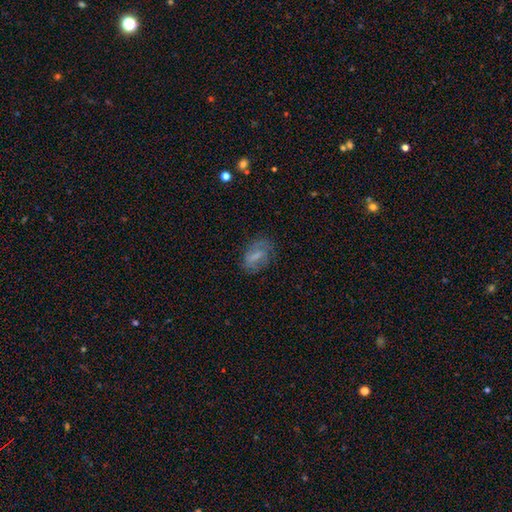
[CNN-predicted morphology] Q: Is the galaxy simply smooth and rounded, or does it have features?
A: smooth — 52%.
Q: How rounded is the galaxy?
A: in between — 82%.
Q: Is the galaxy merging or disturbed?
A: none — 68%.